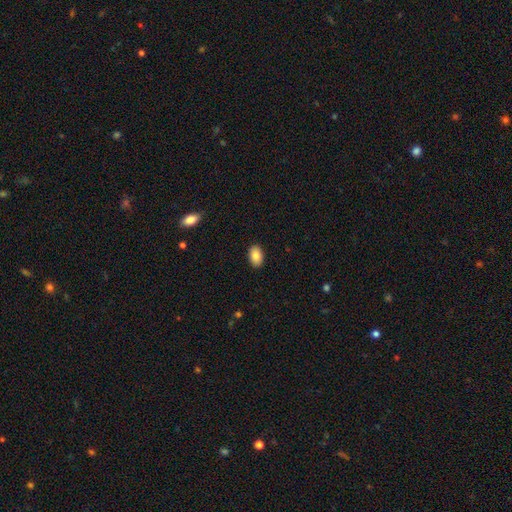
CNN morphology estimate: This is clearly a smooth galaxy (86%). How rounded: clearly in between (91%). Merging: clearly none (90%).